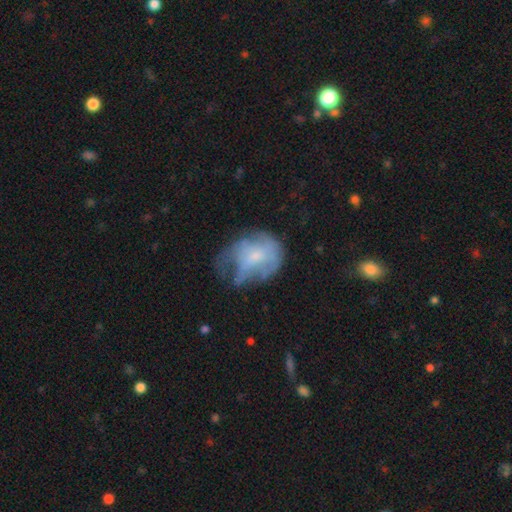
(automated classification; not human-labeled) The model was most divided on "smooth or featured": featured or disk: 47%, smooth: 43%, star or artifact: 10%. Remaining: merging — major disturbance (38%).